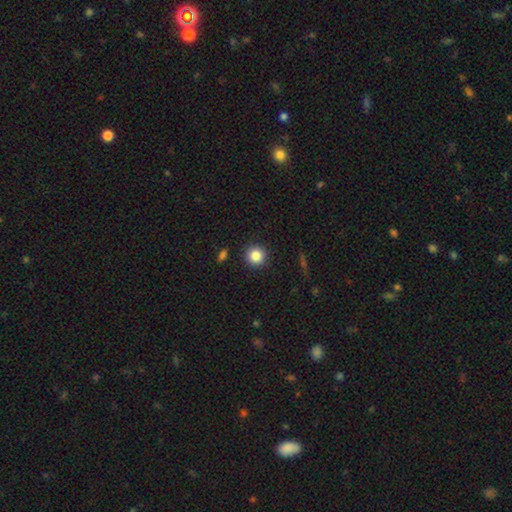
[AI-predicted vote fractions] Q: Smooth or featured?
A: smooth (85%); runner-up: star or artifact (10%)
Q: How rounded?
A: round (94%); runner-up: in between (5%)
Q: Merging?
A: none (91%); runner-up: minor disturbance (5%)